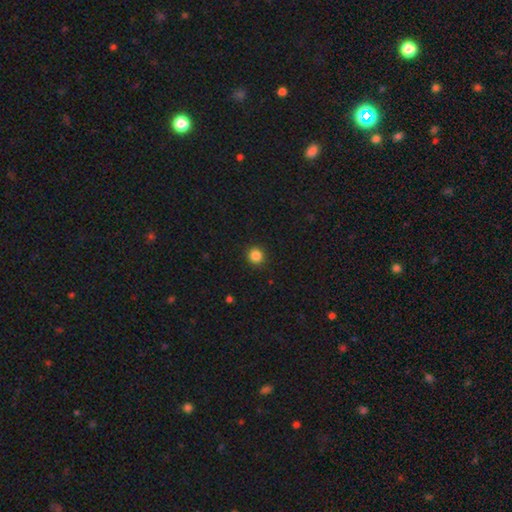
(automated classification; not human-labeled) smooth-or-featured: smooth: 85% | star or artifact: 11% | featured or disk: 3%
  how-rounded: round: 94% | in between: 5% | cigar-shaped: 1%
  merging: none: 92% | minor disturbance: 5% | major disturbance: 2% | merger: 1%